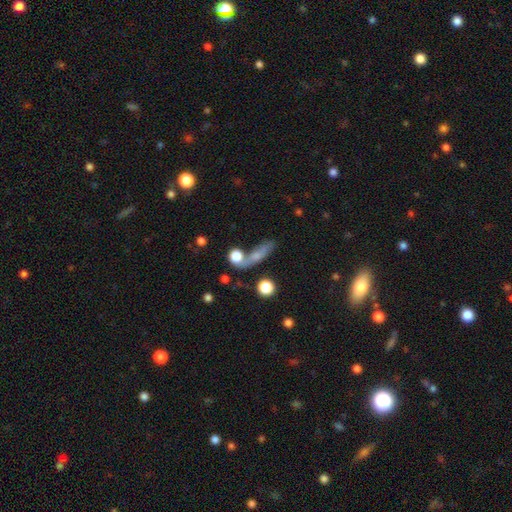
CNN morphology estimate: This appears to be a smooth galaxy with no disk features (57%) that is cigar-shaped (42%). Merging: none (49%).